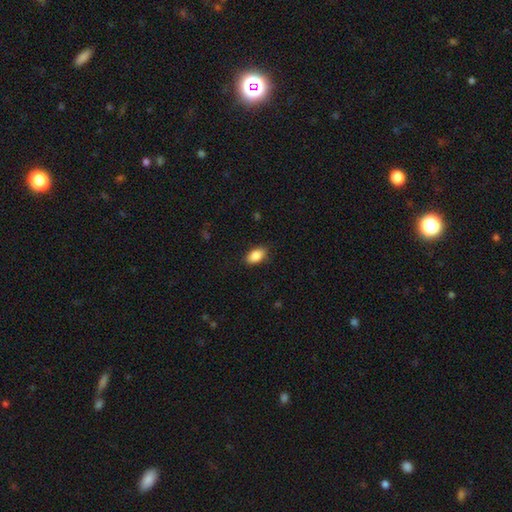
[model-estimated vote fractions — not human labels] Smooth or featured? Predicted: smooth (p=0.87). How rounded? Predicted: in between (p=0.92). Merging? Predicted: none (p=0.86).